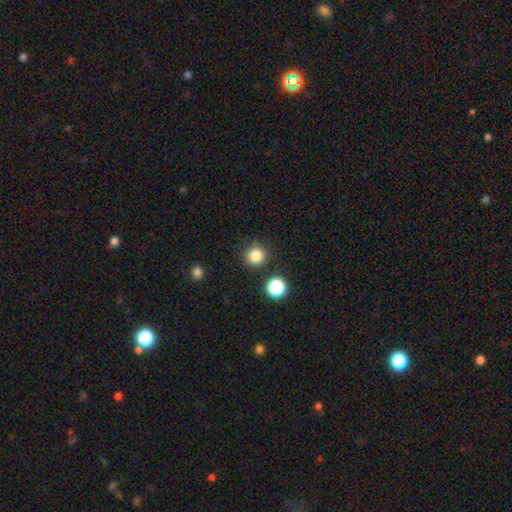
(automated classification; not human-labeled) A smooth galaxy with no disk features (82%) that is round (95%). Merging: none (87%).